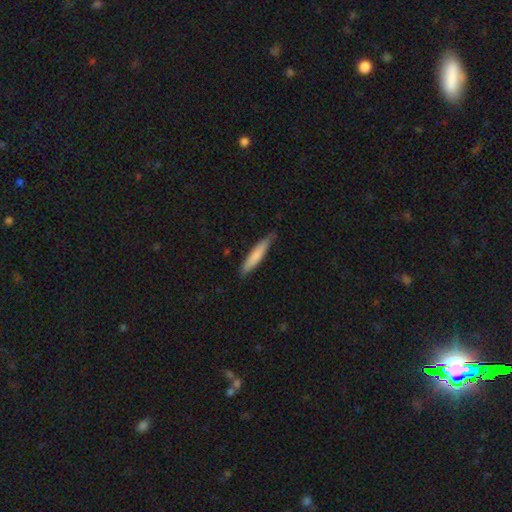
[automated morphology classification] smooth-or-featured: smooth: 77% | featured or disk: 18% | star or artifact: 5%
  how-rounded: cigar-shaped: 89% | in between: 10% | round: 1%
  merging: none: 78% | minor disturbance: 18% | major disturbance: 2% | merger: 1%